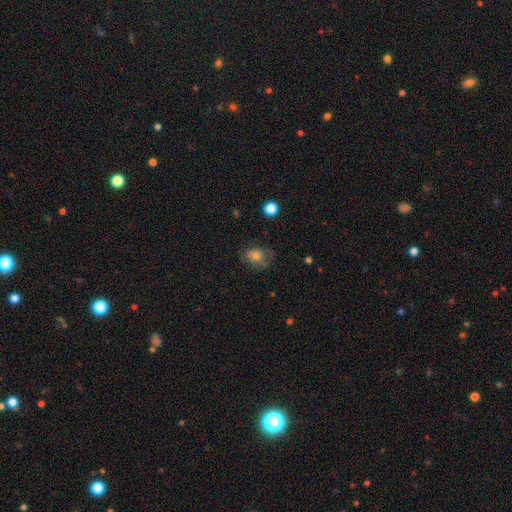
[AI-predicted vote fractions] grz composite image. It shows a smooth galaxy with no disk features (70%) that is round (53%). Merging: none (64%).